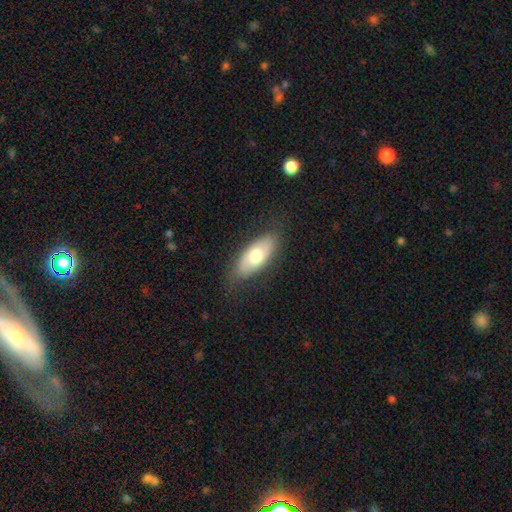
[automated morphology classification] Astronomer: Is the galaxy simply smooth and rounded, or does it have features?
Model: smooth — 68%.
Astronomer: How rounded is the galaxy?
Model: in between — 83%.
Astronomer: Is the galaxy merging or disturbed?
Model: none — 80%.